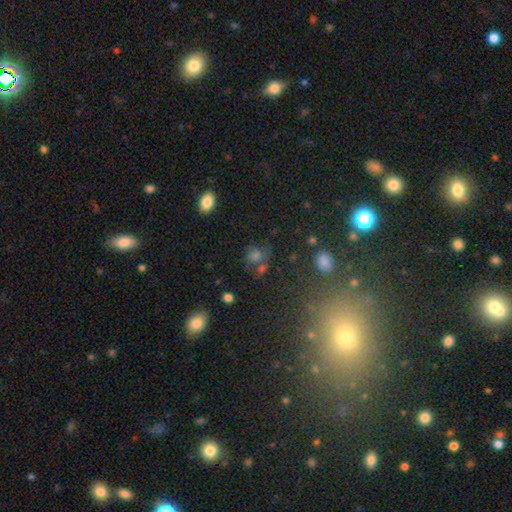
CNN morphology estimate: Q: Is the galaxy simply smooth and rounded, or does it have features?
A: smooth — 55%.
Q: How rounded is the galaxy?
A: round — 62%.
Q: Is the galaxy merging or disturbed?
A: none — 57%.